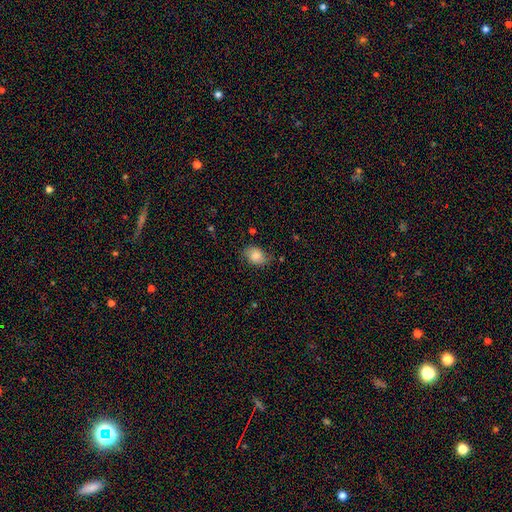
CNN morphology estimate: A smooth galaxy with no disk features (77%) that is in between round and cigar-shaped (70%). Merging: none (71%).